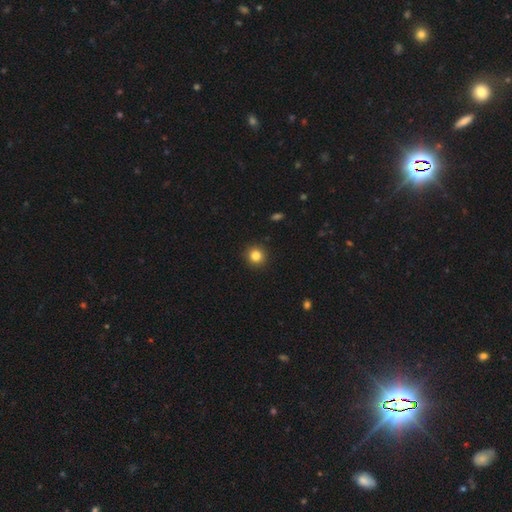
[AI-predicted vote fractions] Smooth or featured?
  - smooth: 83% *
  - star or artifact: 11%
  - featured or disk: 5%
How rounded?
  - round: 93% *
  - in between: 6%
  - cigar-shaped: 1%
Merging?
  - none: 93% *
  - minor disturbance: 5%
  - major disturbance: 2%
  - merger: 1%